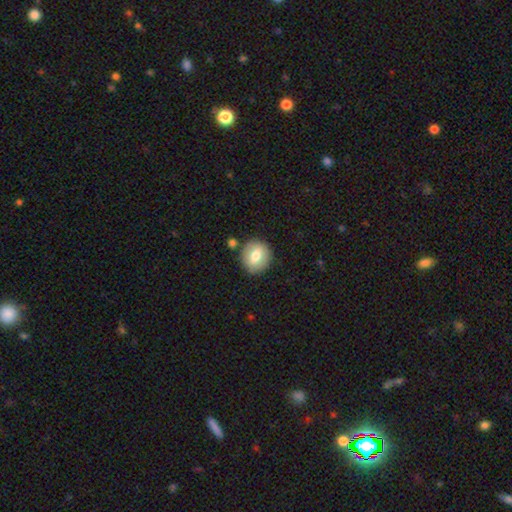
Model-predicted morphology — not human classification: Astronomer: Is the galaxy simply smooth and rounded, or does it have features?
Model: smooth — 71%.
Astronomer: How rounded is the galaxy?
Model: round — 80%.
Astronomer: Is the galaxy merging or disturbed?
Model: none — 83%.